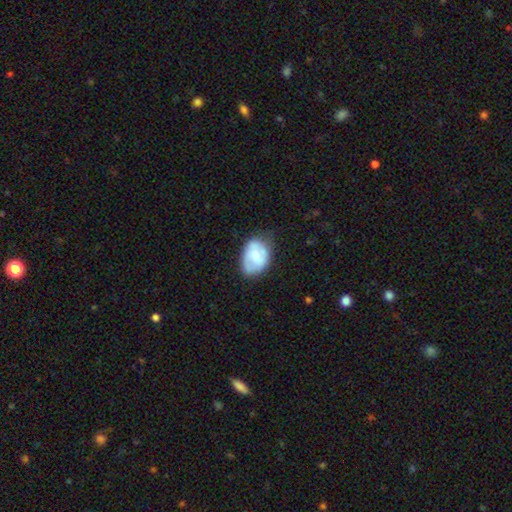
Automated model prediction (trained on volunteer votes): The model was most divided on "smooth or featured": smooth: 57%, featured or disk: 36%, star or artifact: 7%. More confident: how rounded — in between (77%); merging — none (56%).